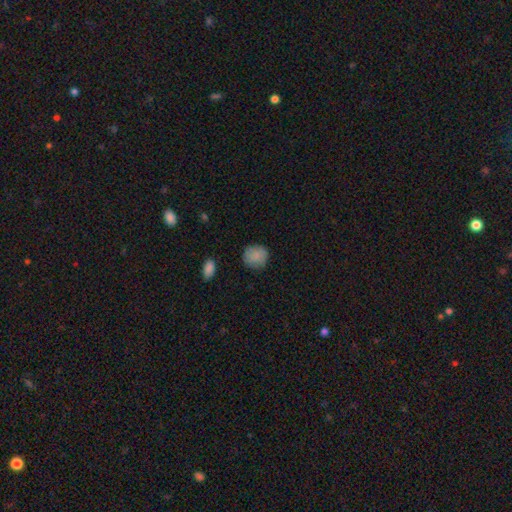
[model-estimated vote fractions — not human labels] smooth_or_featured: smooth (p=0.85) [alt: star or artifact p=0.08]
how_rounded: round (p=0.84) [alt: in between p=0.15]
merging: none (p=0.81) [alt: minor disturbance p=0.14]